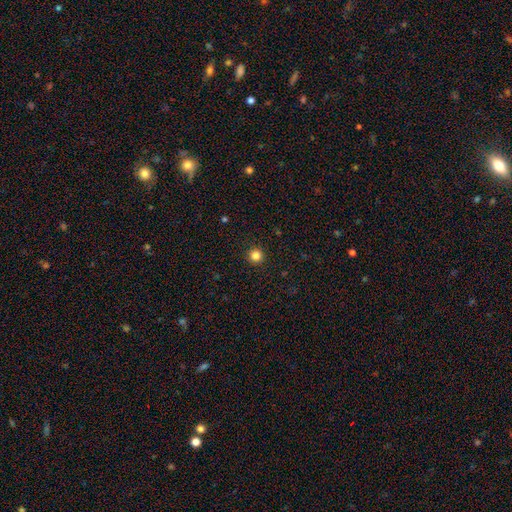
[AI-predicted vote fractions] Morphology: type=smooth (83%); roundness=round (96%); merging=none (94%).